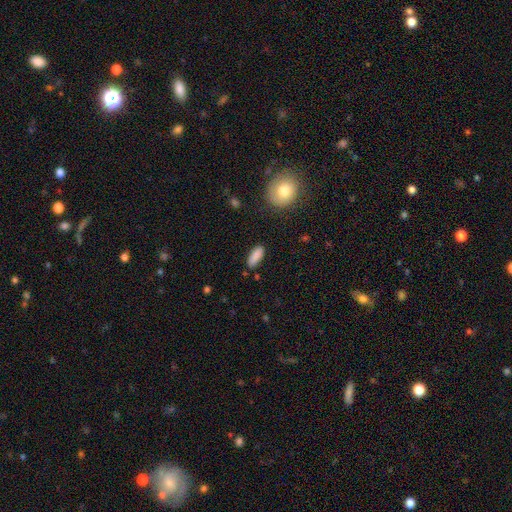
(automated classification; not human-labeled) Smooth or featured?
  - smooth: 88% *
  - star or artifact: 7%
  - featured or disk: 5%
How rounded?
  - in between: 72% *
  - cigar-shaped: 25%
  - round: 2%
Merging?
  - none: 83% *
  - minor disturbance: 12%
  - major disturbance: 3%
  - merger: 2%